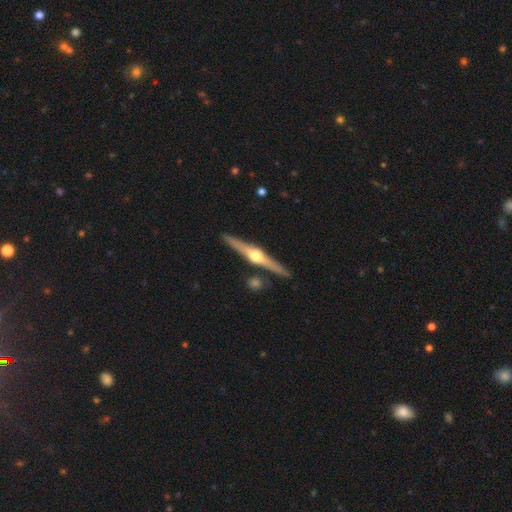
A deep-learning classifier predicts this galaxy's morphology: This appears to be a featured or disk galaxy (81%) viewed edge-on (98%) with a rounded central bulge (96%). Merging: none (88%).